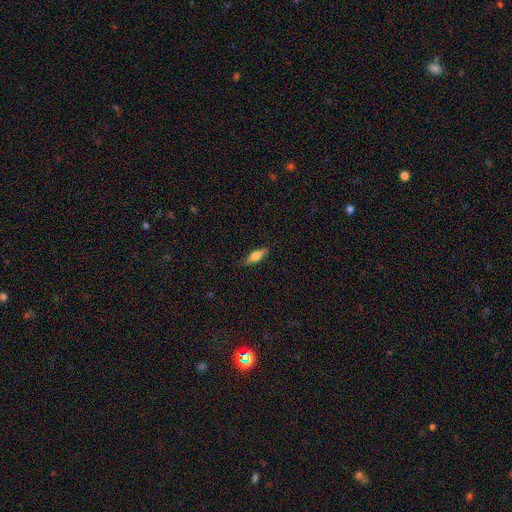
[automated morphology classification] A smooth galaxy with no disk features (64%) that is in between round and cigar-shaped (52%). Merging: none (84%).